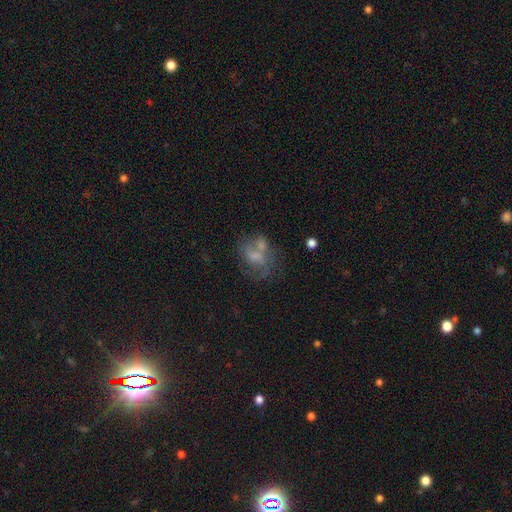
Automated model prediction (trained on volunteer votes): smooth_or_featured: featured or disk (p=0.52) [alt: smooth p=0.31]
disk_edge_on: no (p=0.97) [alt: yes p=0.03]
bar: no (p=0.68) [alt: weak p=0.26]
has_spiral_arms: no (p=0.56) [alt: yes p=0.44]
bulge_size: none (p=0.33) [alt: small p=0.32]
merging: none (p=0.35) [alt: merger p=0.25]